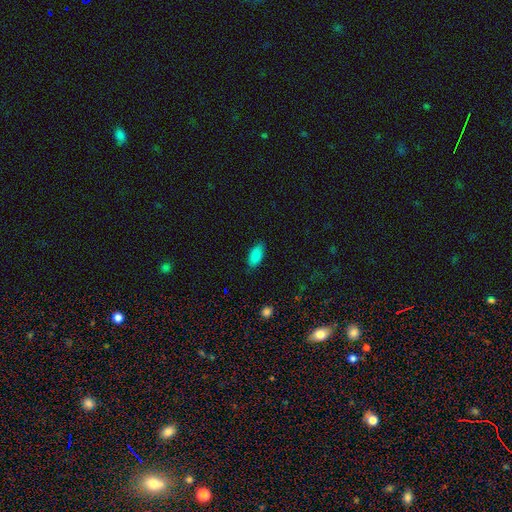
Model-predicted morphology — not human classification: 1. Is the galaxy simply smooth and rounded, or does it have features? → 88% smooth, 8% star or artifact, 4% featured or disk.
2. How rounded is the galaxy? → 89% in between, 8% cigar-shaped, 2% round.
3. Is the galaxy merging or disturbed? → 85% none, 12% minor disturbance, 2% major disturbance, 1% merger.